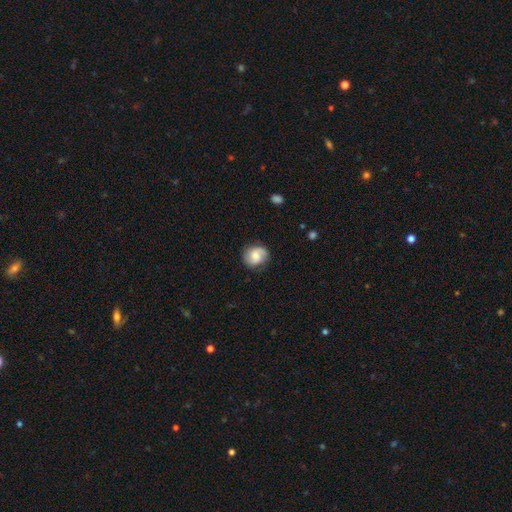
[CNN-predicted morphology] featured or disk 52%, smooth 40%, star or artifact 8%. Down the decision tree: edge-on disk — no (98%); bar — no (52%); spiral arms — yes (92%); bulge size — moderate (47%); merging — none (80%).